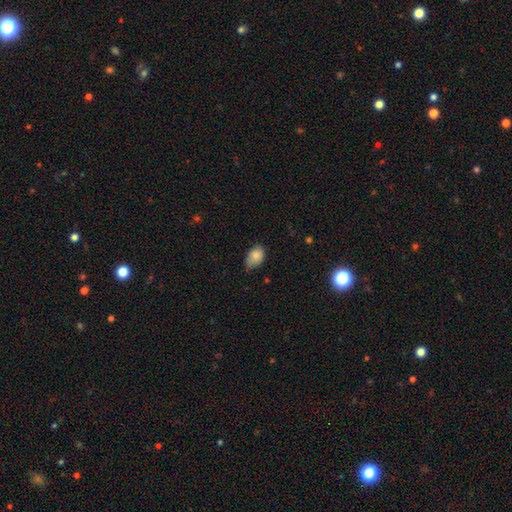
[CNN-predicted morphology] Smooth or featured: smooth — 84% (featured or disk — 9%)
How rounded: in between — 86% (round — 13%)
Merging: none — 57% (minor disturbance — 36%)